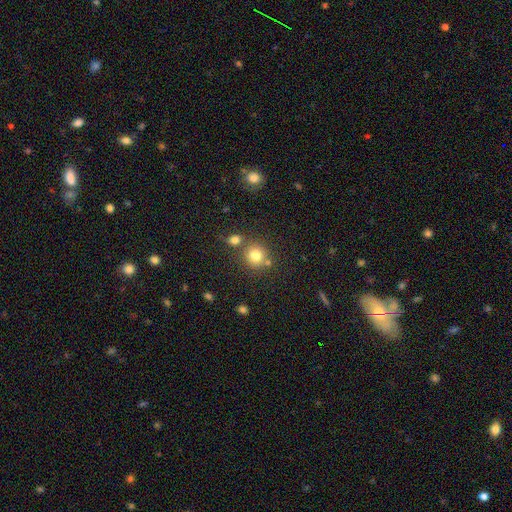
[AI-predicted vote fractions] Smooth or featured?
  - smooth: 78% *
  - star or artifact: 13%
  - featured or disk: 9%
How rounded?
  - round: 89% *
  - in between: 10%
  - cigar-shaped: 1%
Merging?
  - none: 70% *
  - merger: 17%
  - minor disturbance: 9%
  - major disturbance: 3%